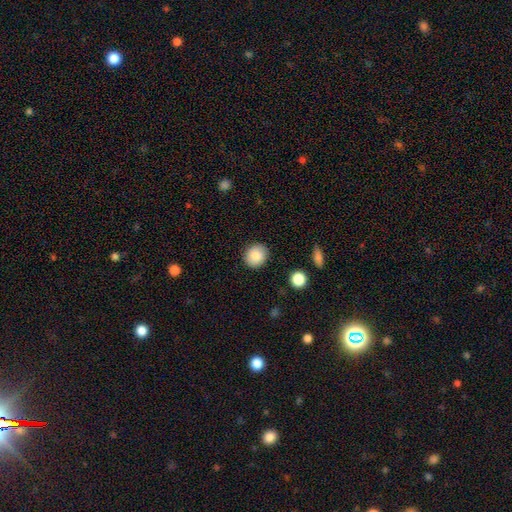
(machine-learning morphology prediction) Q: Smooth or featured?
A: smooth (86%); runner-up: star or artifact (8%)
Q: How rounded?
A: round (79%); runner-up: in between (20%)
Q: Merging?
A: none (89%); runner-up: minor disturbance (7%)